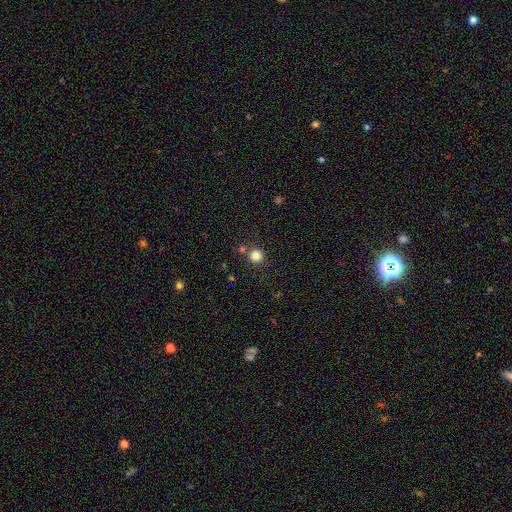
Q: Smooth or featured?
A: smooth (89%); runner-up: star or artifact (11%)
Q: How rounded?
A: round (100%)
Q: Merging?
A: none (94%); runner-up: merger (6%)